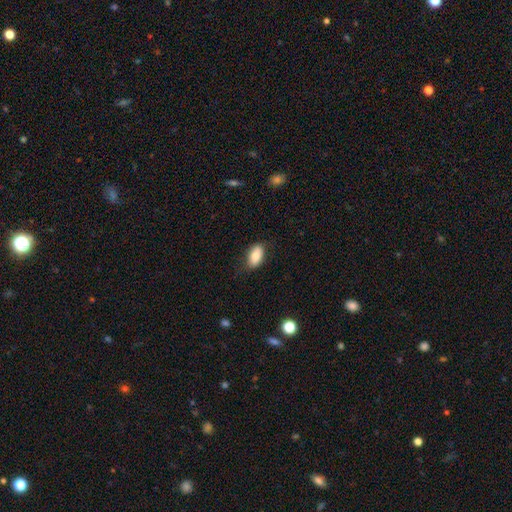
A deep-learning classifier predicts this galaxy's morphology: Overall: smooth (80%). How rounded: in between (92%). Merging: none (76%).